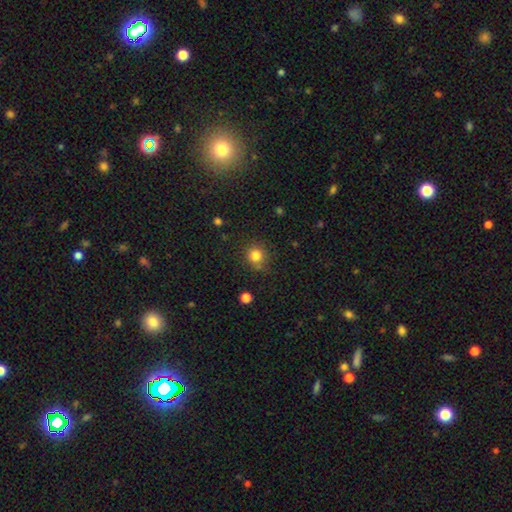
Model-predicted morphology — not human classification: Smooth or featured? Predicted: smooth (p=0.82). How rounded? Predicted: round (p=0.89). Merging? Predicted: none (p=0.81).